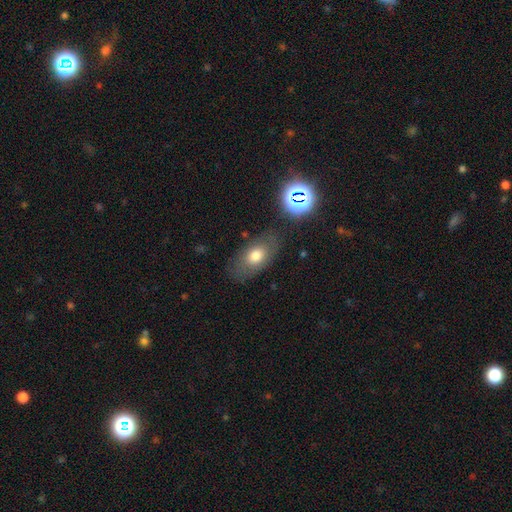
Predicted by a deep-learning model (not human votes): Morphology: type=smooth (70%); roundness=in between (86%); merging=none (74%).